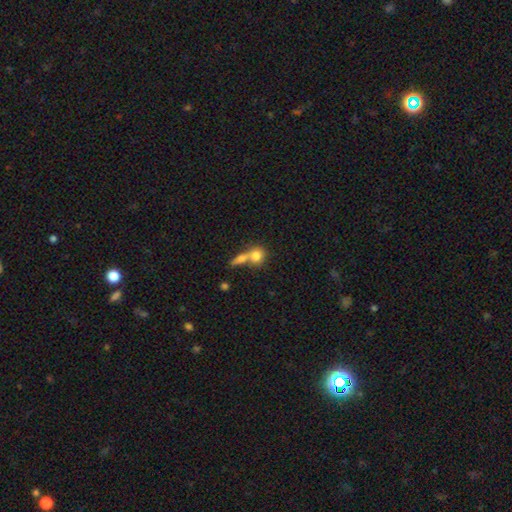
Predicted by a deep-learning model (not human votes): smooth_or_featured: smooth (p=0.75) [alt: featured or disk p=0.15]
how_rounded: round (p=0.65) [alt: in between p=0.28]
merging: merger (p=0.56) [alt: none p=0.31]